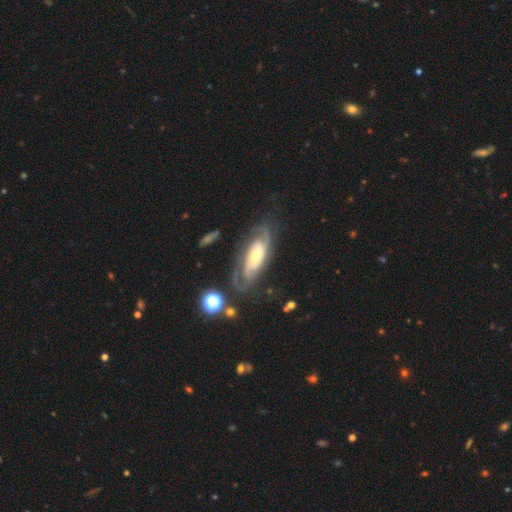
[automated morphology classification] smooth-or-featured: featured or disk: 83% | smooth: 11% | star or artifact: 6%
  disk-edge-on: no: 90% | yes: 10%
    bar: no: 62% | weak: 26% | strong: 12%
    has-spiral-arms: yes: 93% | no: 7%
      spiral-winding: tight: 60% | medium: 31% | loose: 9%
      spiral-arm-count: 2: 56% | can't tell: 26% | 3: 8% | 1: 4% | 4: 3% | more than 4: 3%
    bulge-size: moderate: 47% | small: 44% | large: 5% | none: 2% | dominant: 1%
  merging: none: 71% | minor disturbance: 17% | major disturbance: 9% | merger: 3%